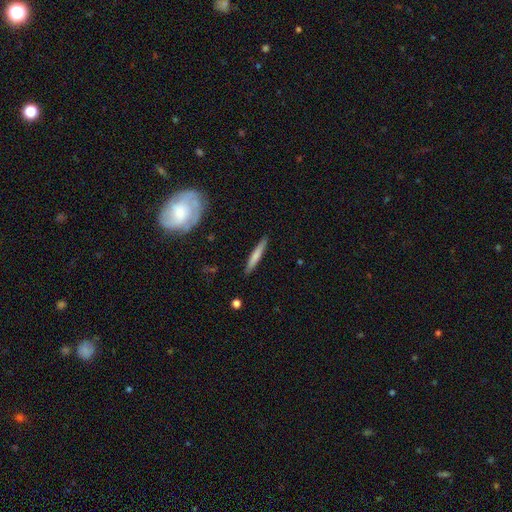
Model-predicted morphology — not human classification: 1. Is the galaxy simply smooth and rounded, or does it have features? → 68% smooth, 26% featured or disk, 6% star or artifact.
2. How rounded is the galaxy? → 94% cigar-shaped, 4% in between, 1% round.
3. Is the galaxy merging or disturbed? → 90% none, 8% minor disturbance, 1% major disturbance, 1% merger.